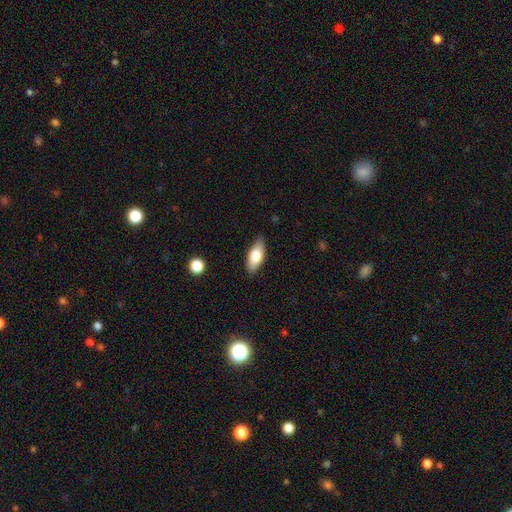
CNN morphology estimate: A smooth galaxy with no disk features (73%) that is in between round and cigar-shaped (81%).

Vote fractions:
- Smooth or featured? smooth: 73% / featured or disk: 21% / star or artifact: 6%
- How rounded? in between: 81% / cigar-shaped: 17% / round: 3%
- Merging? none: 83% / minor disturbance: 13% / major disturbance: 2% / merger: 1%